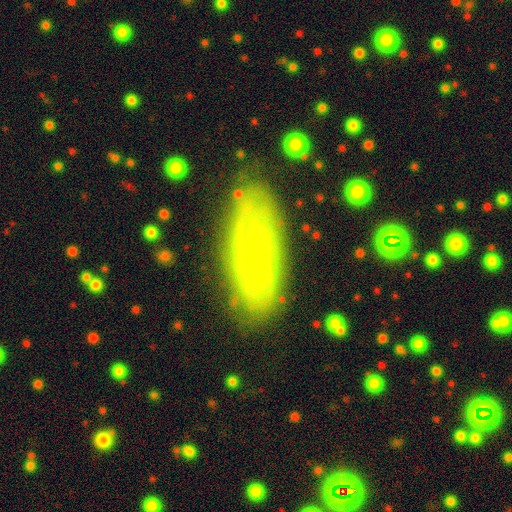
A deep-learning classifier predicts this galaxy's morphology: type=featured or disk (60%); edge-on=no (85%); bar=no (76%); spiral arms=yes (80%); bulge=small (77%); merging=none (76%).